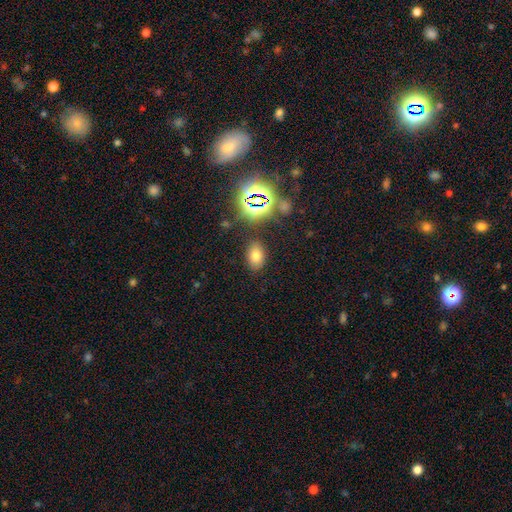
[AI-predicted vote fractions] Smooth or featured?
  - smooth: 68% *
  - star or artifact: 21%
  - featured or disk: 11%
How rounded?
  - in between: 83% *
  - round: 16%
  - cigar-shaped: 1%
Merging?
  - none: 85% *
  - minor disturbance: 9%
  - major disturbance: 3%
  - merger: 3%